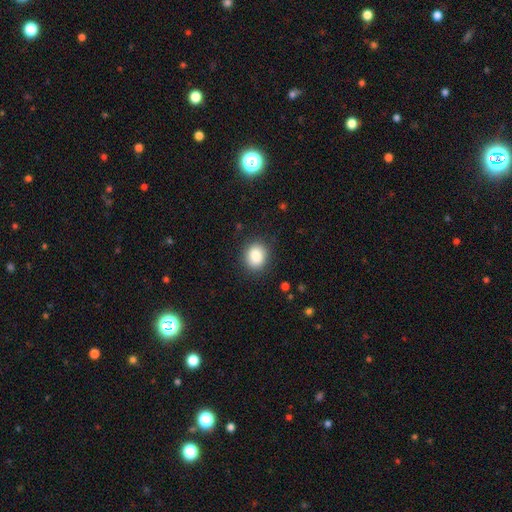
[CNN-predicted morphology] Smooth or featured?
  - smooth: 86% *
  - star or artifact: 8%
  - featured or disk: 6%
How rounded?
  - round: 63% *
  - in between: 36%
  - cigar-shaped: 1%
Merging?
  - none: 87% *
  - minor disturbance: 9%
  - major disturbance: 3%
  - merger: 1%